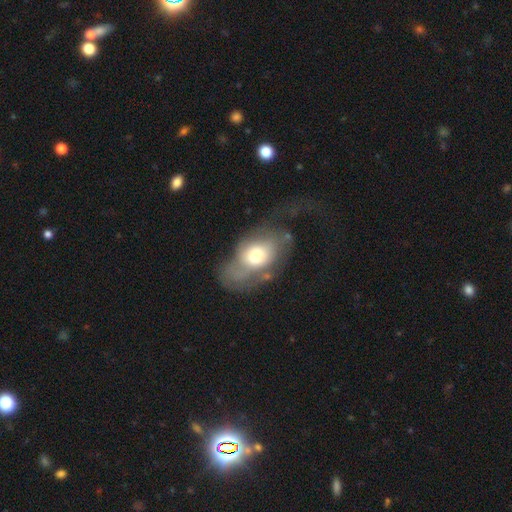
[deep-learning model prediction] Smooth or featured? Predicted: smooth (p=0.55). How rounded? Predicted: in between (p=0.80). Merging? Predicted: major disturbance (p=0.44).